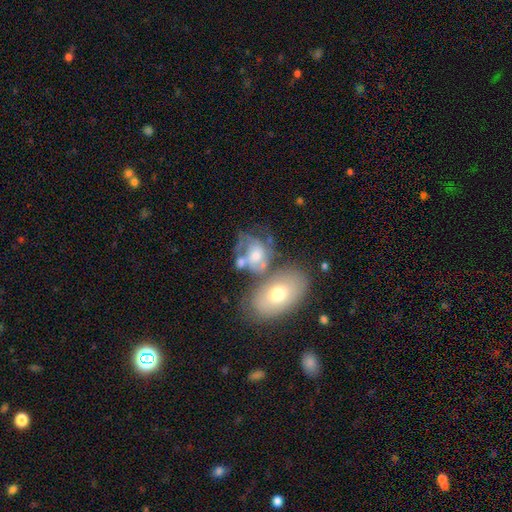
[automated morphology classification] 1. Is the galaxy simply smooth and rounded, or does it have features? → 50% featured or disk, 41% smooth, 9% star or artifact.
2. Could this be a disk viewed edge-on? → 96% no, 4% yes.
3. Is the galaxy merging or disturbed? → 38% merger, 26% none, 19% major disturbance, 16% minor disturbance.